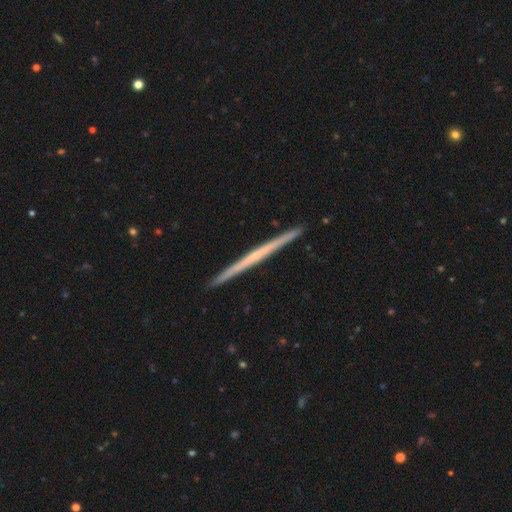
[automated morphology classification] smooth_or_featured: featured or disk (p=0.68) [alt: smooth p=0.26]
disk_edge_on: yes (p=0.98) [alt: no p=0.02]
edge_on_bulge: none (p=0.75) [alt: rounded p=0.21]
merging: none (p=0.93) [alt: minor disturbance p=0.05]